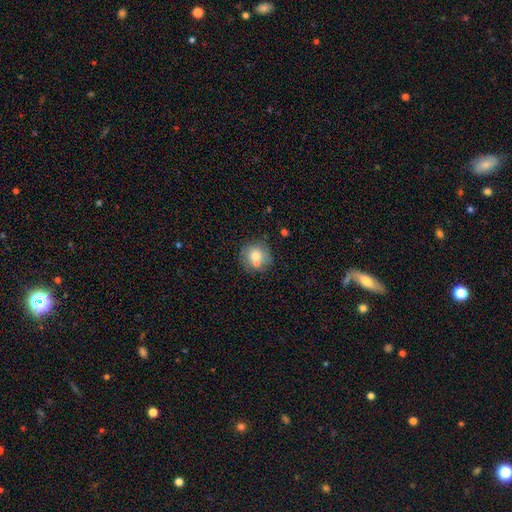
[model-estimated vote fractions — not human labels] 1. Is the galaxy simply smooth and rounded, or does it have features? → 69% smooth, 22% featured or disk, 10% star or artifact.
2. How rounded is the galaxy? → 89% round, 10% in between, 1% cigar-shaped.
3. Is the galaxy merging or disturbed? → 60% none, 25% merger, 12% minor disturbance, 4% major disturbance.